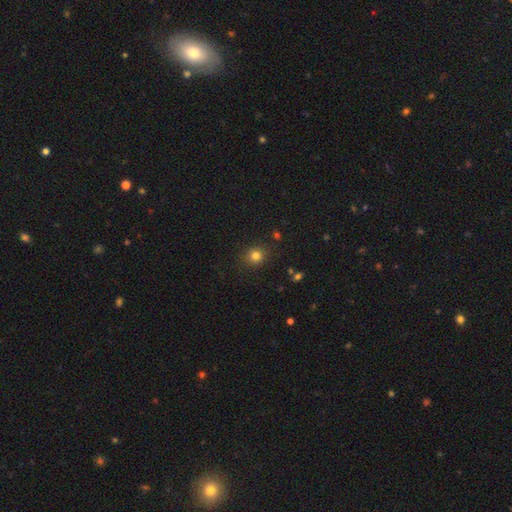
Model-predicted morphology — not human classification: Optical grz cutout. It shows a smooth galaxy with no disk features (82%) that is round (86%). Merging: none (88%).